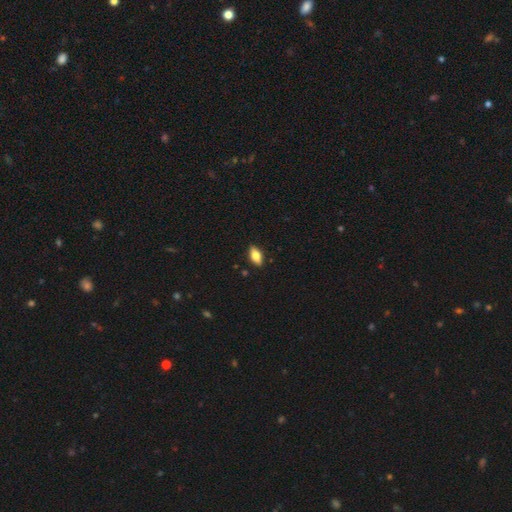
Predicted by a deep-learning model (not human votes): Smooth or featured?
  - smooth: 74% *
  - featured or disk: 19%
  - star or artifact: 7%
How rounded?
  - in between: 87% *
  - cigar-shaped: 9%
  - round: 4%
Merging?
  - none: 88% *
  - minor disturbance: 9%
  - major disturbance: 2%
  - merger: 1%